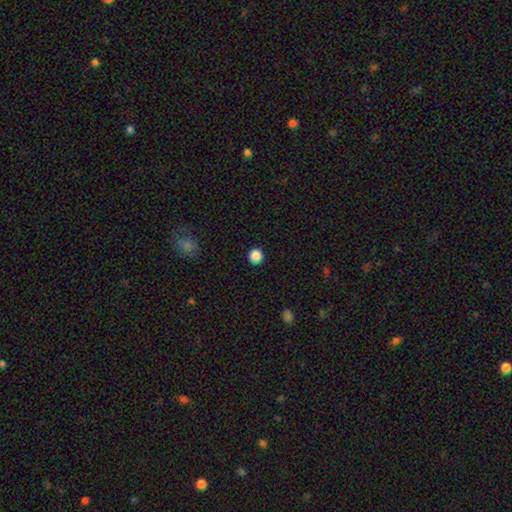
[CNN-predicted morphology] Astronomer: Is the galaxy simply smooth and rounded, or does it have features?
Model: smooth — 87%.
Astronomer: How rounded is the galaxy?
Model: round — 95%.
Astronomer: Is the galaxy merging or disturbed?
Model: none — 93%.